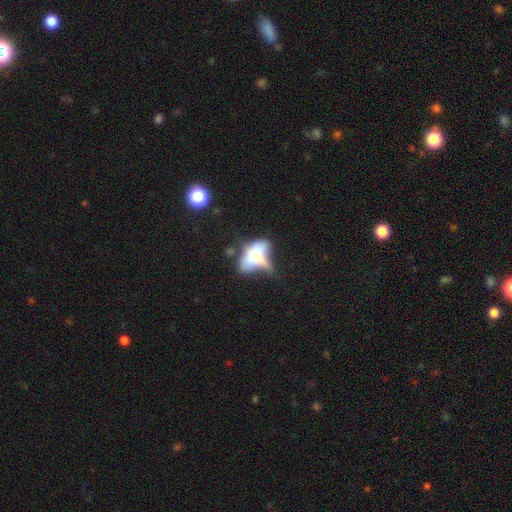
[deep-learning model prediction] This is possibly a smooth galaxy (54%). How rounded: clearly in between (85%). Merging: marginally major disturbance (32%).